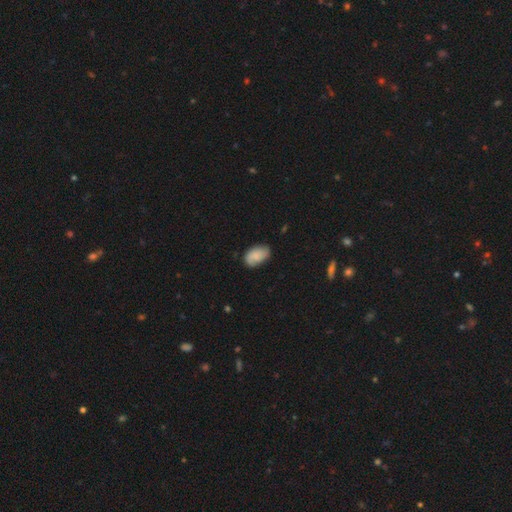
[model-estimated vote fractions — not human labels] Smooth or featured?
  - smooth: 75% *
  - featured or disk: 18%
  - star or artifact: 7%
How rounded?
  - in between: 92% *
  - round: 6%
  - cigar-shaped: 1%
Merging?
  - none: 69% *
  - minor disturbance: 24%
  - major disturbance: 5%
  - merger: 1%